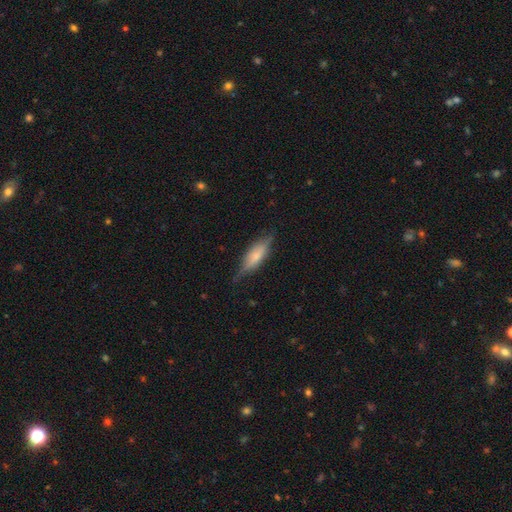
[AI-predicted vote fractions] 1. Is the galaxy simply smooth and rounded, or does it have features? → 54% smooth, 39% featured or disk, 7% star or artifact.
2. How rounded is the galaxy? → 53% cigar-shaped, 45% in between, 2% round.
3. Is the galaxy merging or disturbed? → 73% none, 21% minor disturbance, 4% major disturbance, 1% merger.